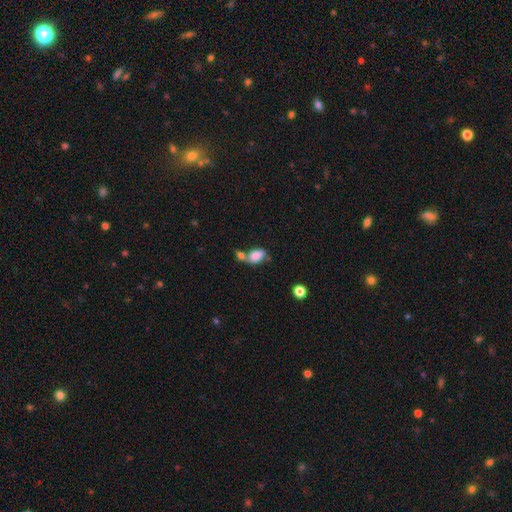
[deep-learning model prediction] A smooth galaxy with no disk features (78%) that is in between round and cigar-shaped (86%). Merging: merger (44%).